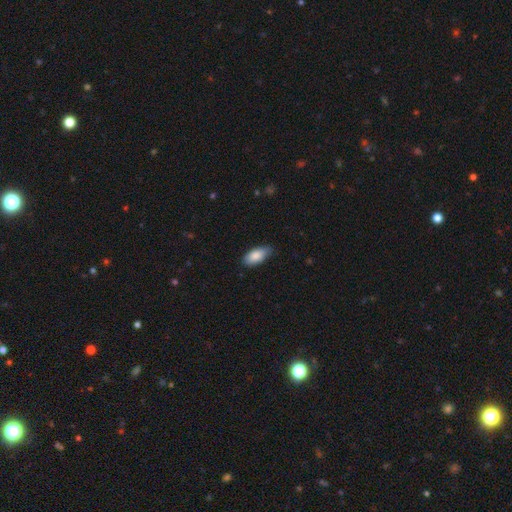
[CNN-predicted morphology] Overall: smooth (86%). How rounded: in between (90%). Merging: none (76%).